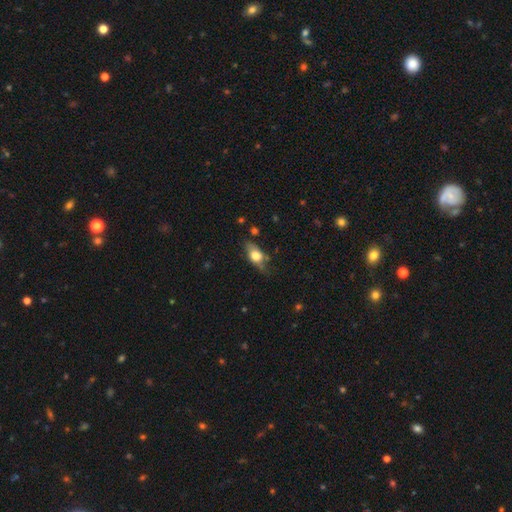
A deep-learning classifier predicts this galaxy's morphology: Q: Smooth or featured?
A: smooth (61%); runner-up: featured or disk (32%)
Q: How rounded?
A: in between (78%); runner-up: cigar-shaped (13%)
Q: Merging?
A: none (59%); runner-up: minor disturbance (29%)